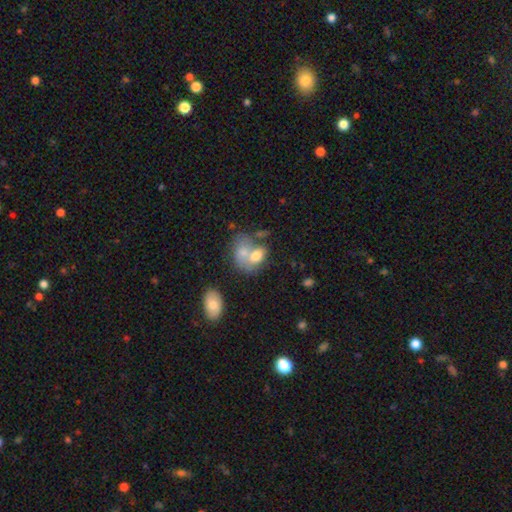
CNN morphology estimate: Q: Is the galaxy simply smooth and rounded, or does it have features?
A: smooth — 56%.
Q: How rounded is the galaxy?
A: in between — 62%.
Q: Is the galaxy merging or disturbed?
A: merger — 56%.